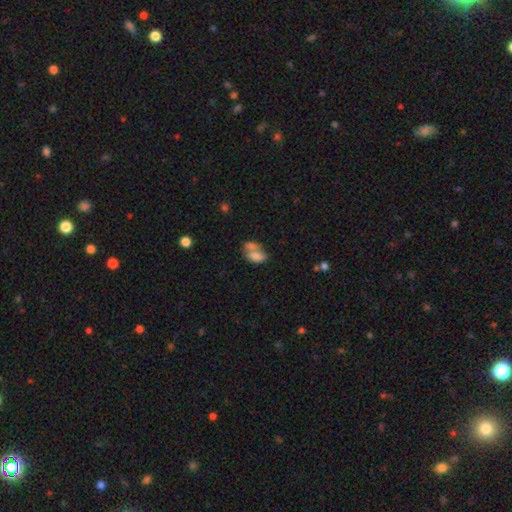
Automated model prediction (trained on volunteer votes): Overall: smooth (71%). How rounded: in between (87%). Merging: merger (56%; none 24%).